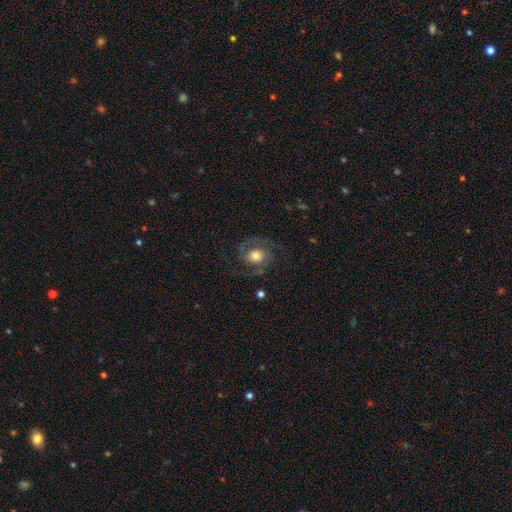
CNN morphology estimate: A featured or disk galaxy (72%) with no bar (73%), 2 (88%) medium (52%) spiral arms (90%) and a moderate central bulge (51%). Merging: none (71%).